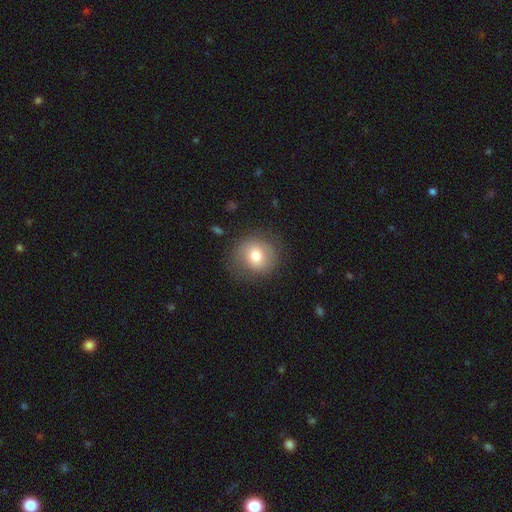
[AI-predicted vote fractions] Overall: smooth (73%). How rounded: round (85%). Merging: none (77%).